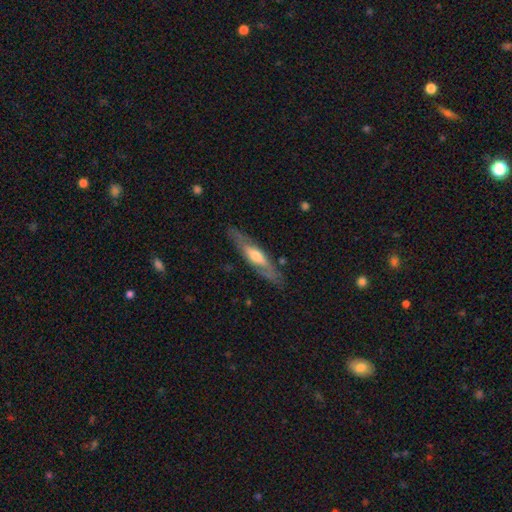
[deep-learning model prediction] Morphology: type=featured or disk (62%); edge-on=yes (58%); merging=none (79%).